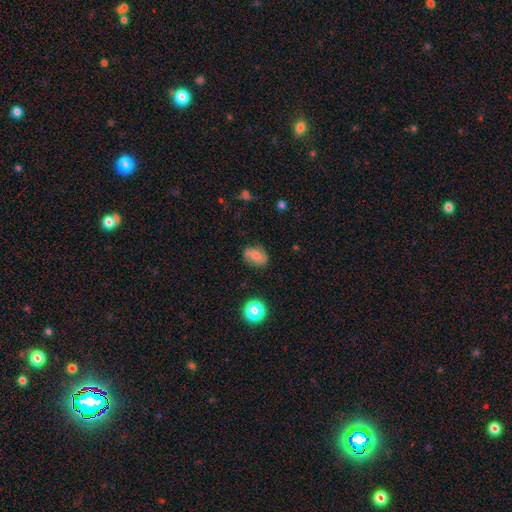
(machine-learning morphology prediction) smooth 54%, featured or disk 35%, star or artifact 11%. Down the decision tree: how rounded — in between (79%); merging — none (73%).